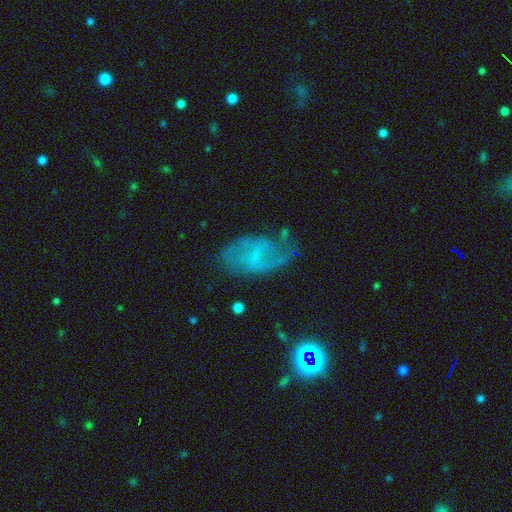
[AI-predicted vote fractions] featured or disk 63%, smooth 26%, star or artifact 10%. Down the decision tree: edge-on disk — no (96%); bar — weak (51%); spiral arms — yes (77%); bulge size — small (43%); merging — none (62%).